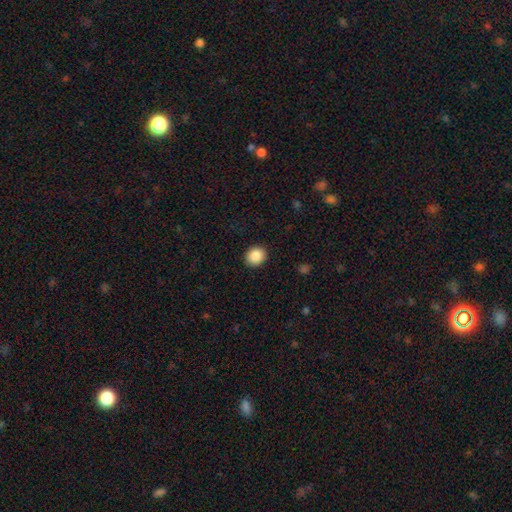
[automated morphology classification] smooth_or_featured: smooth (p=0.89) [alt: star or artifact p=0.08]
how_rounded: round (p=0.71) [alt: in between p=0.28]
merging: none (p=0.91) [alt: minor disturbance p=0.06]